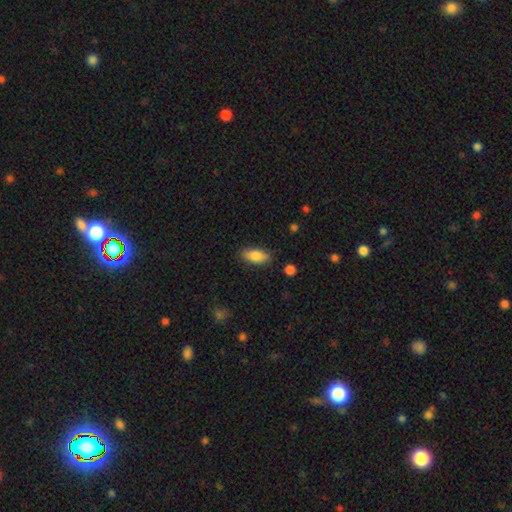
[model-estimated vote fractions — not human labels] Overall: smooth (85%). How rounded: in between (86%). Merging: none (83%).